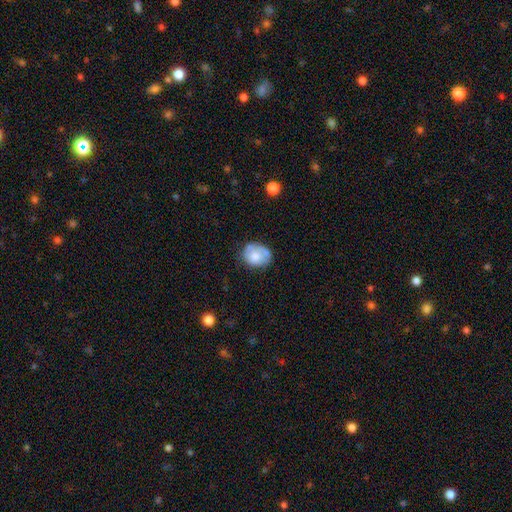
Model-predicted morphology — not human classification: type=smooth (63%); roundness=round (50%); merging=none (56%).